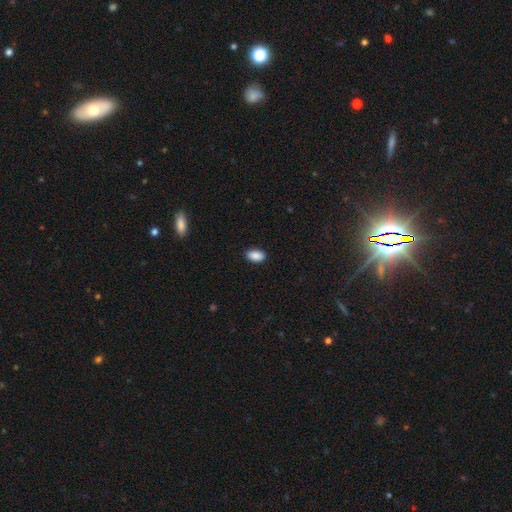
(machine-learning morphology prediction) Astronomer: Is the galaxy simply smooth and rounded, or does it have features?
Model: smooth — 90%.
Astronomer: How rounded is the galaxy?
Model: in between — 93%.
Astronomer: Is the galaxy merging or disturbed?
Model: none — 89%.